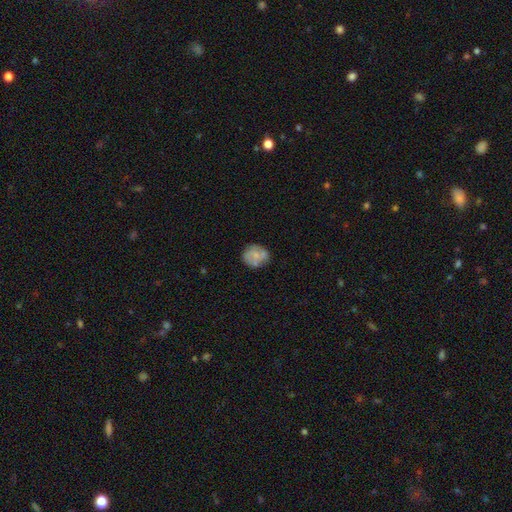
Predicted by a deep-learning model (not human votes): smooth-or-featured: smooth: 57% | featured or disk: 36% | star or artifact: 8%
  how-rounded: round: 71% | in between: 28% | cigar-shaped: 1%
  merging: none: 69% | minor disturbance: 21% | major disturbance: 6% | merger: 4%